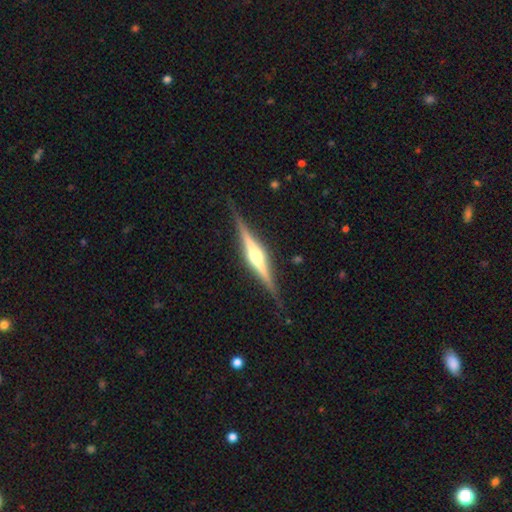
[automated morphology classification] Overall: featured or disk (84%). Edge-on disk: yes (98%). Edge-on bulge: rounded (90%). Merging: none (87%).